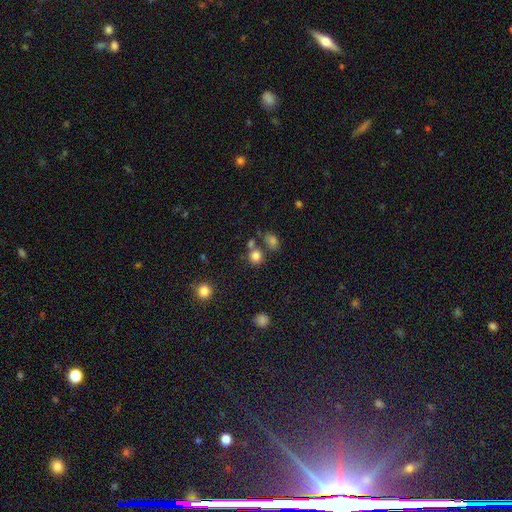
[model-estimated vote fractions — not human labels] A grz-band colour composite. It shows a smooth galaxy with no disk features (80%) that is round (85%). Merging: none (66%).